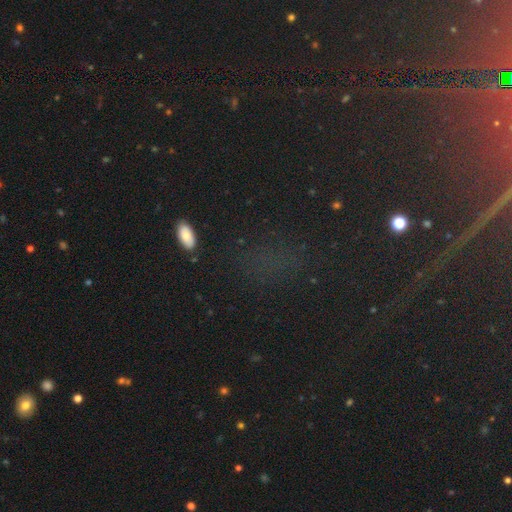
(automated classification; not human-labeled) star or artifact 65%, smooth 24%, featured or disk 11%.